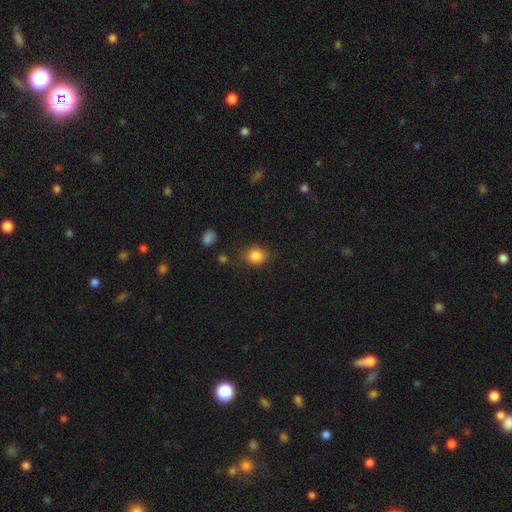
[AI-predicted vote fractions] Smooth or featured? smooth (85%)
How rounded? round (68%)
Merging? none (80%)